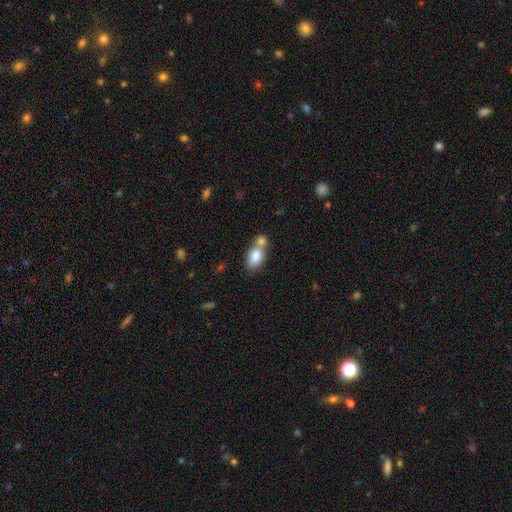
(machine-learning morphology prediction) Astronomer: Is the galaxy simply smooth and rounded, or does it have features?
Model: smooth — 80%.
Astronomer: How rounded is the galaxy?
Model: in between — 81%.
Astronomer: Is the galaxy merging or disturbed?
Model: merger — 51% (runner-up: none, 36%).